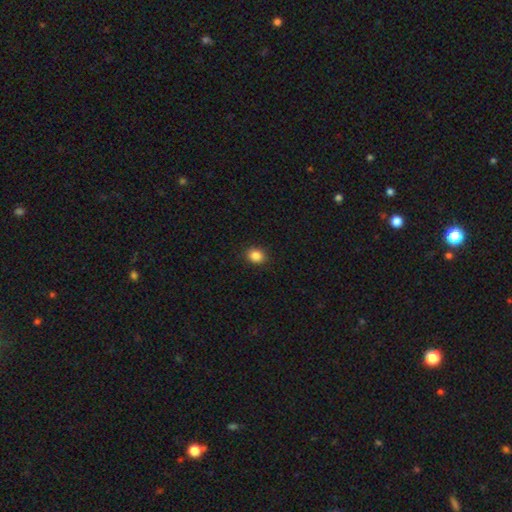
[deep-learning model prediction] Q: Smooth or featured?
A: smooth (85%); runner-up: star or artifact (10%)
Q: How rounded?
A: round (57%); runner-up: in between (42%)
Q: Merging?
A: none (91%); runner-up: minor disturbance (6%)